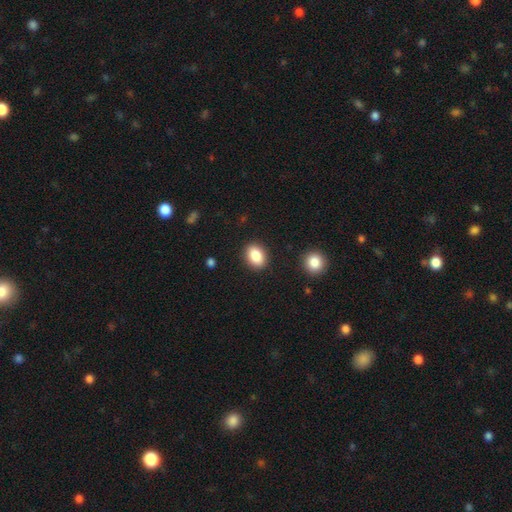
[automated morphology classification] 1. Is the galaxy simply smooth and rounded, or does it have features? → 86% smooth, 8% star or artifact, 6% featured or disk.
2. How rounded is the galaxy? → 74% in between, 25% round, 1% cigar-shaped.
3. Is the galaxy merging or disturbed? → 88% none, 8% minor disturbance, 2% major disturbance, 2% merger.